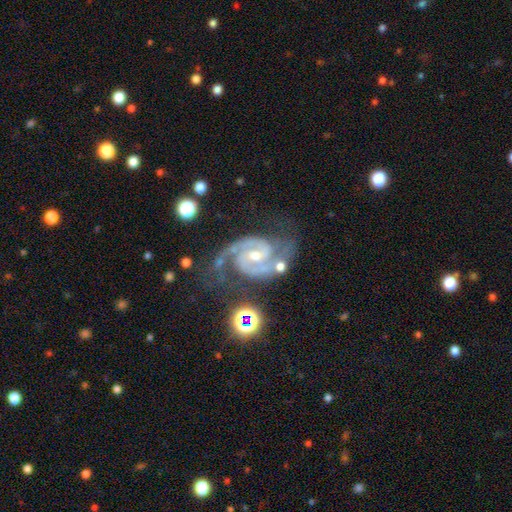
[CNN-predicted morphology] A featured or disk galaxy (92%) with a weak bar (44%), 2 (91%) medium (57%) spiral arms (99%) and a small central bulge (49%).

Vote fractions:
- Smooth or featured? featured or disk: 92% / star or artifact: 6% / smooth: 2%
- Edge-on disk? no: 98% / yes: 2%
- Bar? weak: 44% / no: 38% / strong: 18%
- Spiral arms? yes: 99% / no: 1%
- Spiral winding? medium: 57% / tight: 35% / loose: 9%
- Spiral arm count? 2: 91% / 3: 3% / can't tell: 2% / 1: 1% / 4: 1% / more than 4: 1%
- Bulge size? small: 49% / moderate: 48% / large: 1% / none: 1% / dominant: 1%
- Merging? none: 63% / minor disturbance: 21% / major disturbance: 10% / merger: 5%